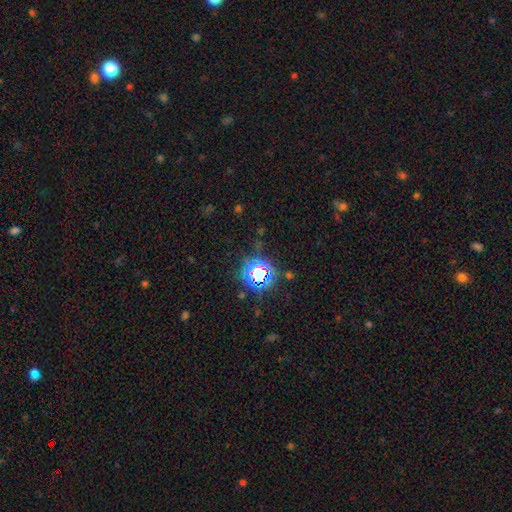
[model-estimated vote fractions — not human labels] This is likely a star or artifact rather than a galaxy (77%).